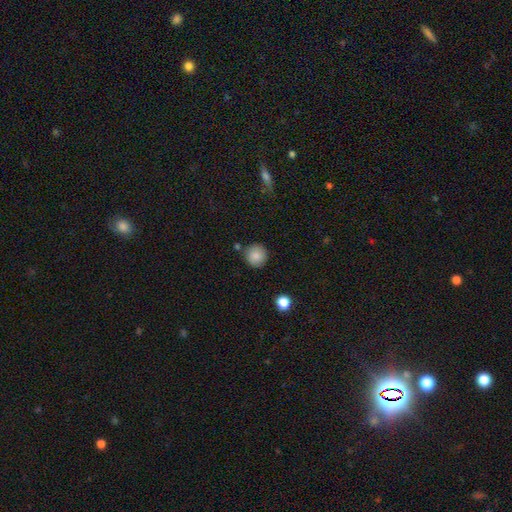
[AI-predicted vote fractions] smooth 85%, star or artifact 9%, featured or disk 6%. Down the decision tree: how rounded — round (94%); merging — none (85%).